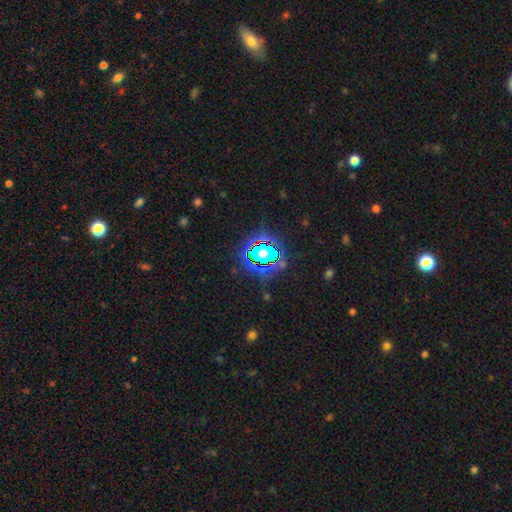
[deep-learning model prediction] Smooth or featured? Predicted: star or artifact (p=0.80).